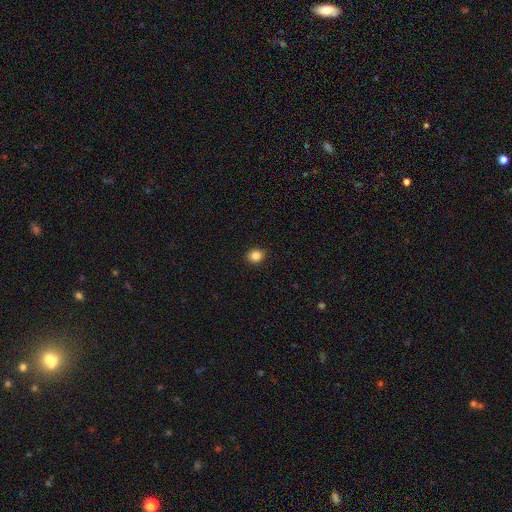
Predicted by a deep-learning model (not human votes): A smooth galaxy with no disk features (85%) that is round (67%).

Vote fractions:
- Smooth or featured? smooth: 85% / star or artifact: 10% / featured or disk: 5%
- How rounded? round: 67% / in between: 32% / cigar-shaped: 1%
- Merging? none: 91% / minor disturbance: 7% / major disturbance: 2% / merger: 1%